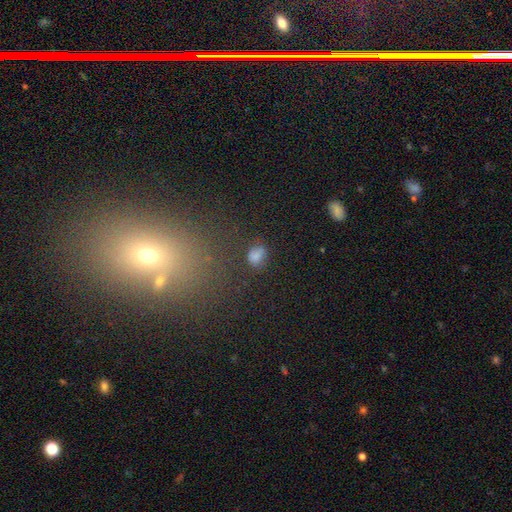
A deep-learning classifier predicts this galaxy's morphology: Smooth or featured?
  - smooth: 72% *
  - star or artifact: 19%
  - featured or disk: 9%
How rounded?
  - in between: 62% *
  - round: 36%
  - cigar-shaped: 2%
Merging?
  - none: 63% *
  - minor disturbance: 21%
  - major disturbance: 10%
  - merger: 6%